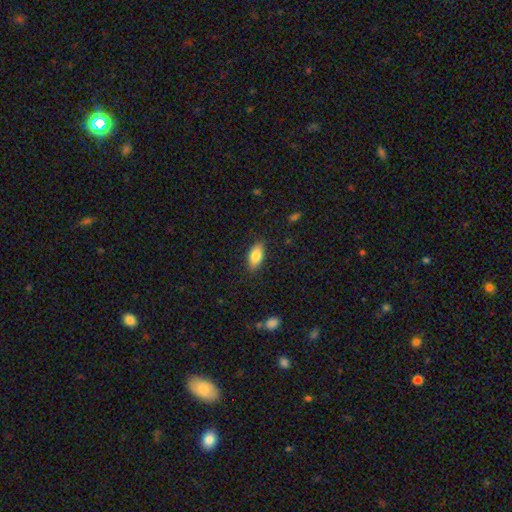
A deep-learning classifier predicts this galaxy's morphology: This appears to be a smooth galaxy with no disk features (83%) that is in between round and cigar-shaped (88%). Merging: none (85%).